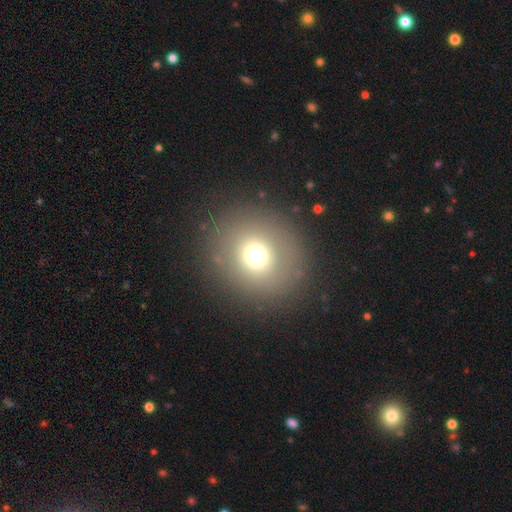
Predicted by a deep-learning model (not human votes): A smooth galaxy with no disk features (65%) that is round (85%). Merging: none (85%).